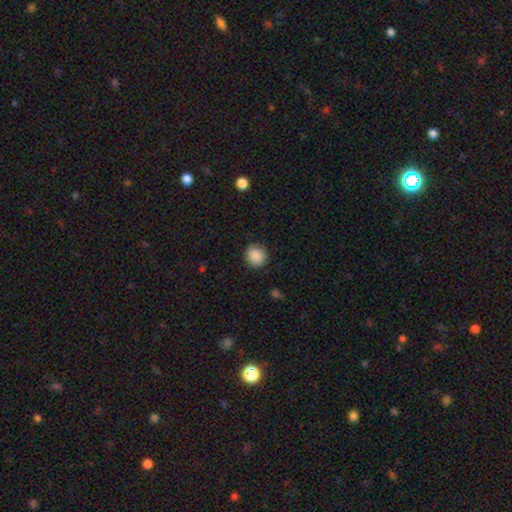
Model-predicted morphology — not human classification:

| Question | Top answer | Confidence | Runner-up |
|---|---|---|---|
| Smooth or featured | smooth | 88% | star or artifact (9%) |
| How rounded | round | 79% | in between (20%) |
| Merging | none | 86% | minor disturbance (10%) |